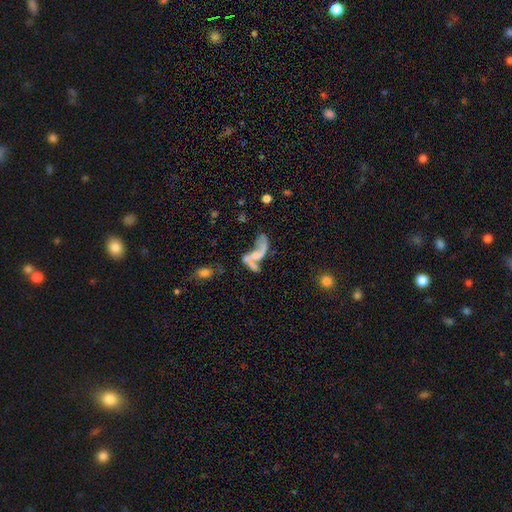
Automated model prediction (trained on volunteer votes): featured or disk 67%, smooth 22%, star or artifact 11%. Down the decision tree: edge-on disk — no (93%); bar — no (65%); spiral arms — yes (67%); bulge size — none (41%); merging — merger (41%).